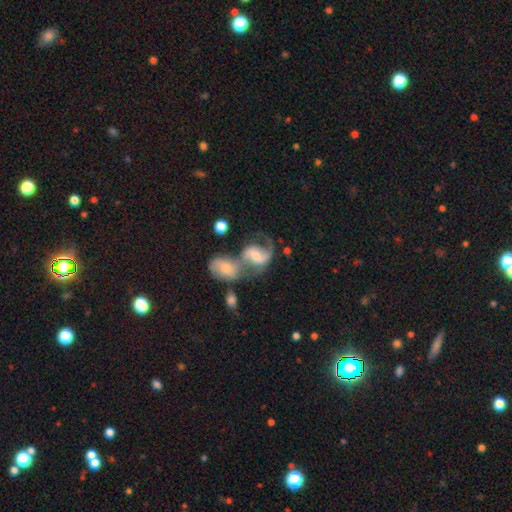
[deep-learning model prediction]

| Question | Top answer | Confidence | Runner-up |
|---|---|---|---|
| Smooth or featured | featured or disk | 79% | smooth (15%) |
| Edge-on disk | no | 97% | yes (3%) |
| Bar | weak | 46% | no (30%) |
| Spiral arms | yes | 93% | no (7%) |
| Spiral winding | loose | 45% | medium (44%) |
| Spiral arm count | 2 | 76% | 1 (16%) |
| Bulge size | moderate | 50% | small (36%) |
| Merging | merger | 61% | none (20%) |